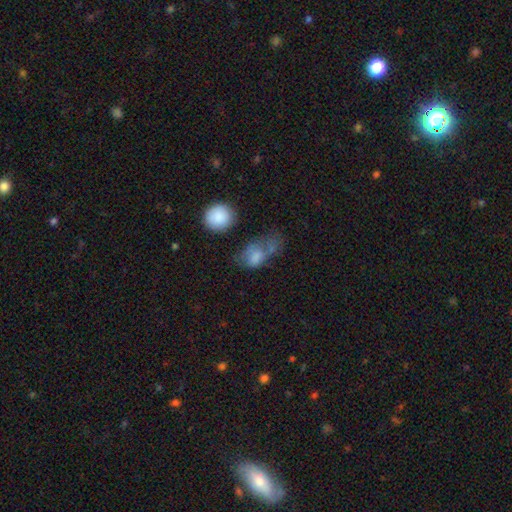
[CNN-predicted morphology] A smooth galaxy with no disk features (68%) that is in between round and cigar-shaped (76%). Merging: major disturbance (32%).